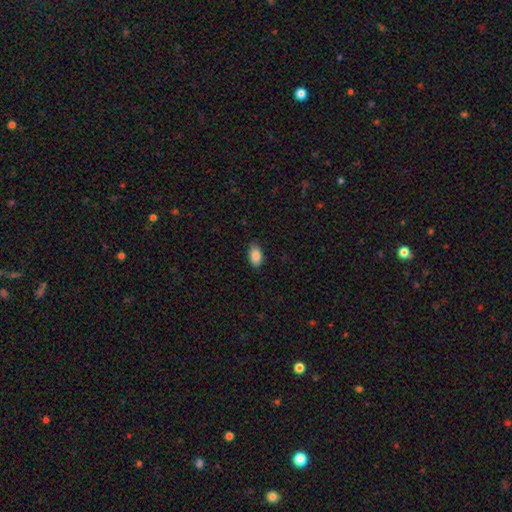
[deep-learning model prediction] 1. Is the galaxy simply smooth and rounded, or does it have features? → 88% smooth, 7% star or artifact, 5% featured or disk.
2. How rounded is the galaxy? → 92% in between, 6% round, 2% cigar-shaped.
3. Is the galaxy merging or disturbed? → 85% none, 12% minor disturbance, 2% major disturbance, 1% merger.